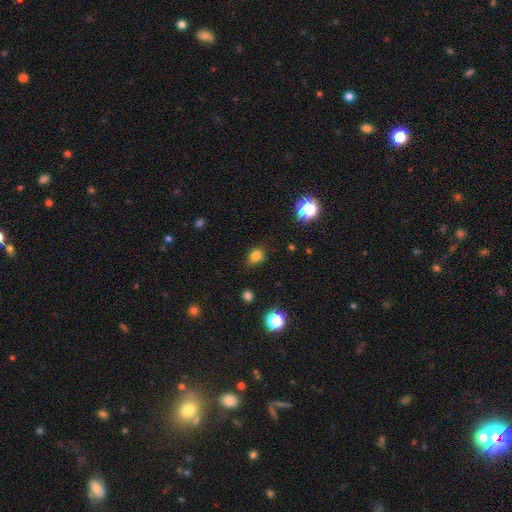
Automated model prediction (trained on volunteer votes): Q: Smooth or featured?
A: smooth (80%); runner-up: star or artifact (14%)
Q: How rounded?
A: in between (52%); runner-up: round (47%)
Q: Merging?
A: none (75%); runner-up: minor disturbance (19%)